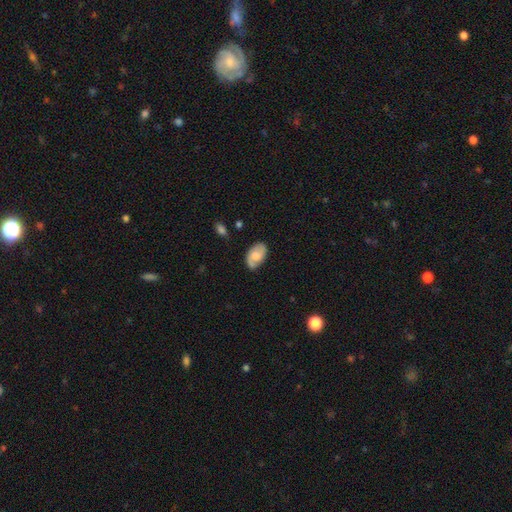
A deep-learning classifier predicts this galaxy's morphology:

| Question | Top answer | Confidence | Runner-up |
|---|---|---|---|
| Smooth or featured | smooth | 52% | featured or disk (41%) |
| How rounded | in between | 92% | round (7%) |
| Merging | none | 70% | minor disturbance (23%) |